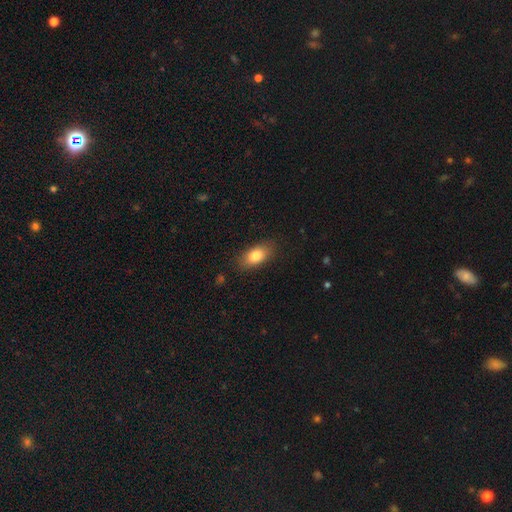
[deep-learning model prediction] Smooth or featured? Predicted: smooth (p=0.79). How rounded? Predicted: in between (p=0.85). Merging? Predicted: none (p=0.84).